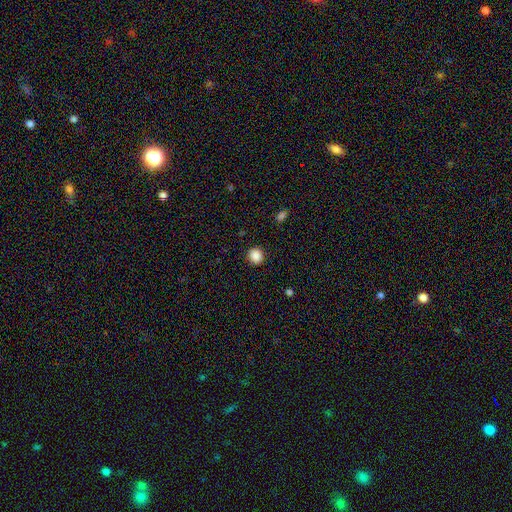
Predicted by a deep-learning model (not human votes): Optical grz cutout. It shows a smooth galaxy with no disk features (88%) that is round (87%). Merging: none (91%).